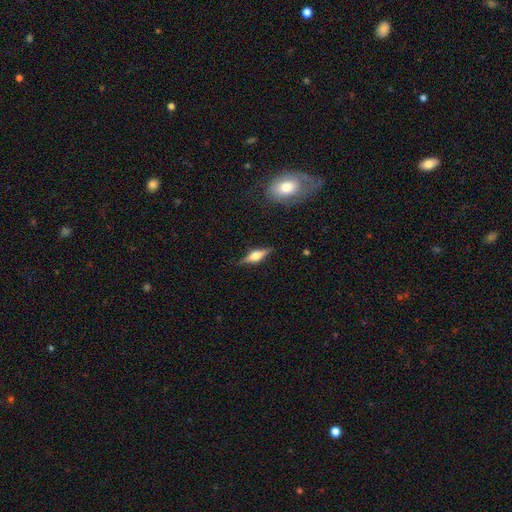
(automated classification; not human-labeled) Morphology: type=featured or disk (65%); edge-on=yes (96%); edge-on bulge=rounded (90%); merging=none (85%).